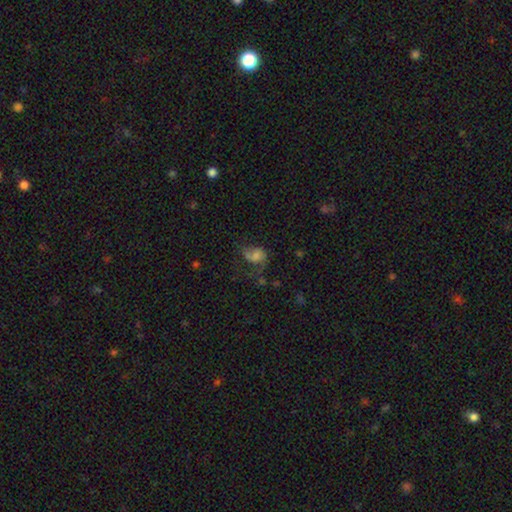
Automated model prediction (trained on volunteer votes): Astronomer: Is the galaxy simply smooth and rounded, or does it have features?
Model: smooth — 45% (runner-up: featured or disk, 41%).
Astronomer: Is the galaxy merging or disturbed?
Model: major disturbance — 38% (runner-up: none, 34%).